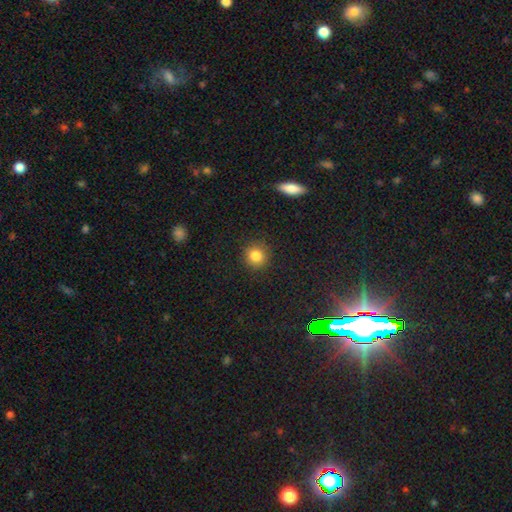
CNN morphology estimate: Smooth or featured: smooth — 83% (star or artifact — 11%)
How rounded: round — 91% (in between — 8%)
Merging: none — 89% (minor disturbance — 7%)